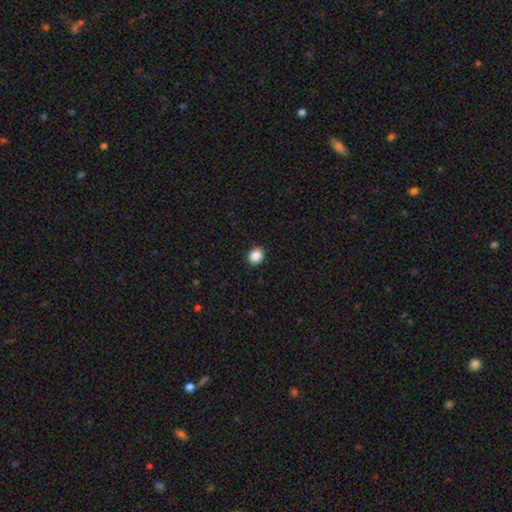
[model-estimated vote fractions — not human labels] This is clearly a smooth galaxy (88%). How rounded: likely round (67%). Merging: clearly none (91%).